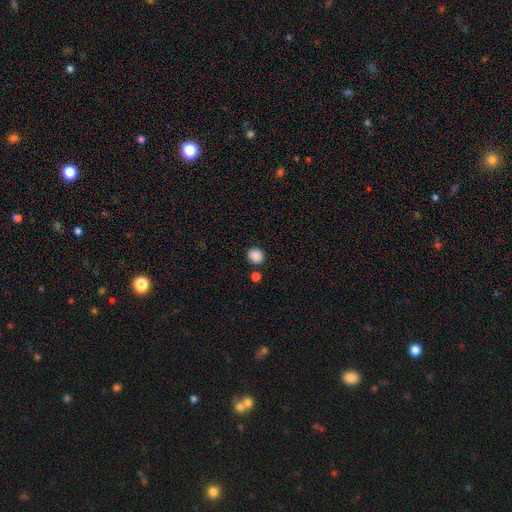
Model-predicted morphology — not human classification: Smooth or featured? Predicted: smooth (p=0.87). How rounded? Predicted: round (p=0.85). Merging? Predicted: none (p=0.84).